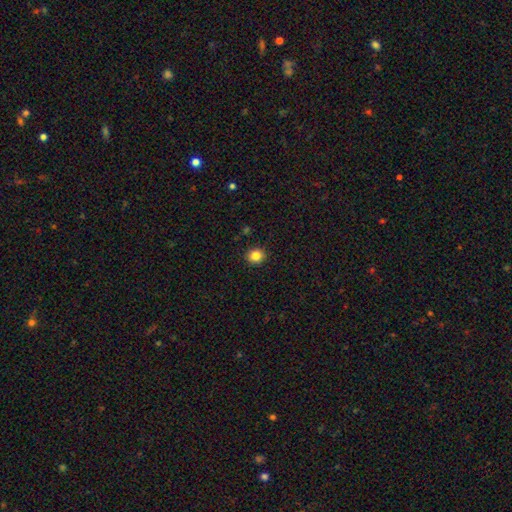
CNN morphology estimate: Overall: smooth (84%). How rounded: round (86%). Merging: none (91%).